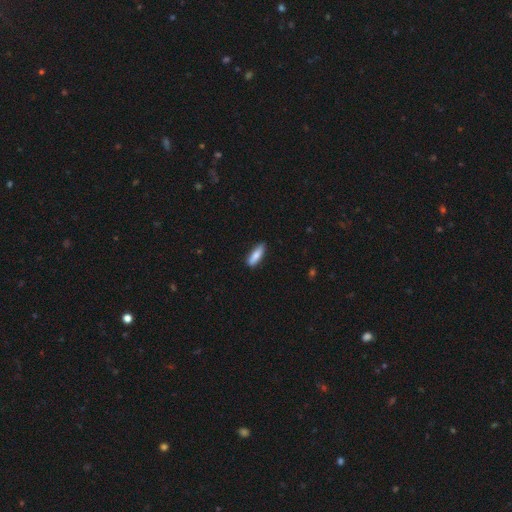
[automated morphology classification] Smooth or featured? smooth (80%)
How rounded? cigar-shaped (54%)
Merging? none (84%)